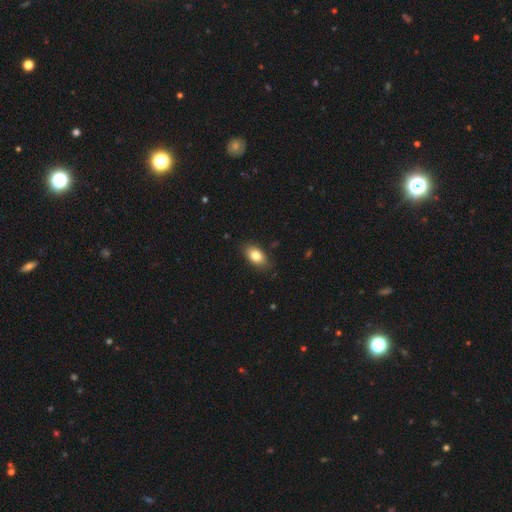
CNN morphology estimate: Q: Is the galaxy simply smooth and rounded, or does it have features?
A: smooth — 82%.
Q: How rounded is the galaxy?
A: in between — 90%.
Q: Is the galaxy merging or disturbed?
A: none — 84%.